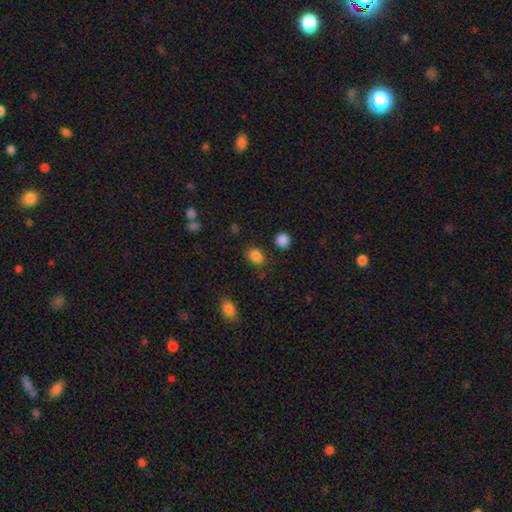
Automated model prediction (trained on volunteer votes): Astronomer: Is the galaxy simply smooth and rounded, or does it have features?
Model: smooth — 84%.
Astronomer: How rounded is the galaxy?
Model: in between — 62% (runner-up: round, 37%).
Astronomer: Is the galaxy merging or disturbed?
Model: none — 76%.